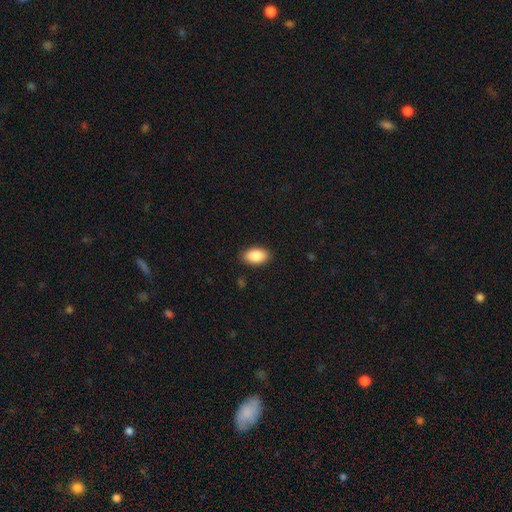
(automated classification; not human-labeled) Smooth or featured? Predicted: smooth (p=0.89). How rounded? Predicted: in between (p=0.93). Merging? Predicted: none (p=0.89).